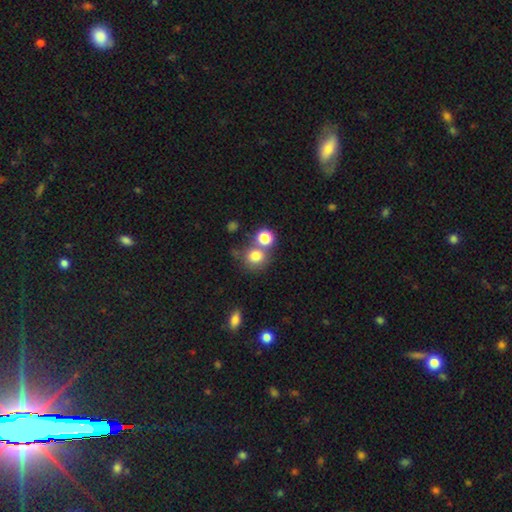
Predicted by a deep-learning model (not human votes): Q: Smooth or featured?
A: smooth (78%); runner-up: star or artifact (13%)
Q: How rounded?
A: round (81%); runner-up: in between (18%)
Q: Merging?
A: none (58%); runner-up: merger (29%)